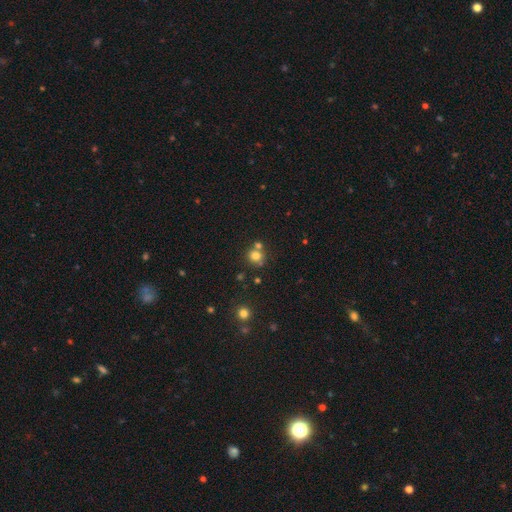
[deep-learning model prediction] smooth 76%, star or artifact 15%, featured or disk 9%. Down the decision tree: how rounded — round (86%); merging — none (60%).